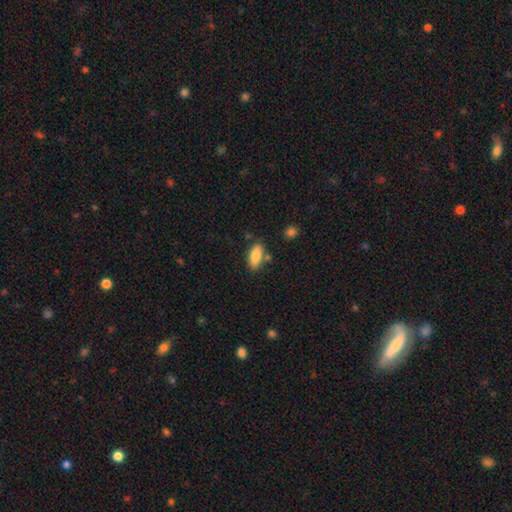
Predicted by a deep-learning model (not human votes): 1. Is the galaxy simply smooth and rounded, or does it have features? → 86% smooth, 8% featured or disk, 7% star or artifact.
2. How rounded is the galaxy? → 86% in between, 12% cigar-shaped, 2% round.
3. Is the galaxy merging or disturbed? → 77% none, 13% minor disturbance, 6% merger, 3% major disturbance.